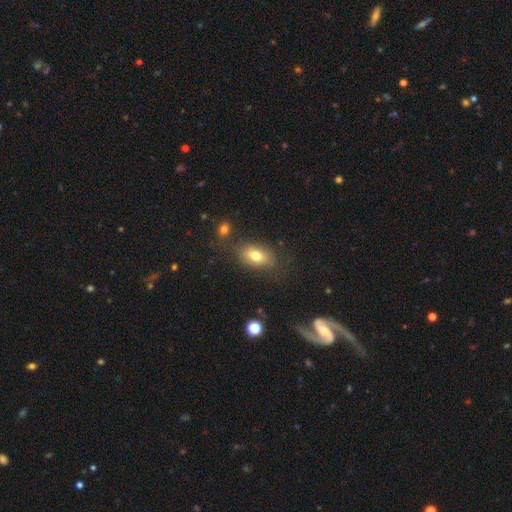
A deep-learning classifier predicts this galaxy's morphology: smooth_or_featured: smooth (p=0.76) [alt: featured or disk p=0.15]
how_rounded: in between (p=0.86) [alt: round p=0.11]
merging: none (p=0.74) [alt: minor disturbance p=0.16]